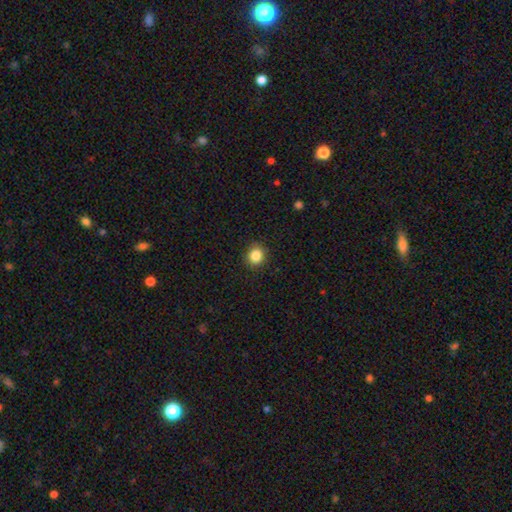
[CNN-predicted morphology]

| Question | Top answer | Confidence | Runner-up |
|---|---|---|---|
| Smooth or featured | smooth | 85% | star or artifact (10%) |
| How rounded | round | 82% | in between (17%) |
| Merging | none | 90% | minor disturbance (7%) |